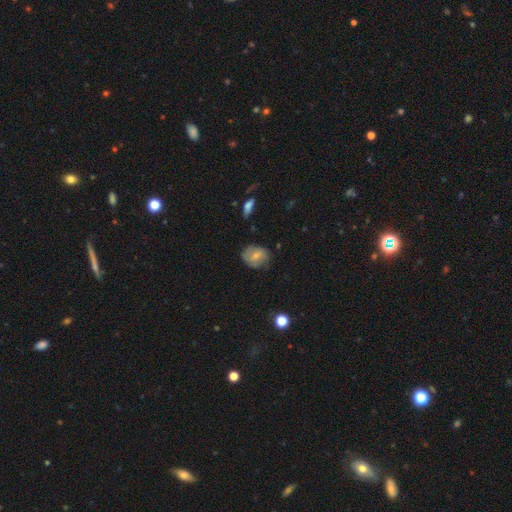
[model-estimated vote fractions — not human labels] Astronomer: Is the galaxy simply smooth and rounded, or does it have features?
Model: smooth — 59%.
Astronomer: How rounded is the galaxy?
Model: round — 56% (runner-up: in between, 43%).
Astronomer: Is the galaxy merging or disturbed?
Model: none — 65%.